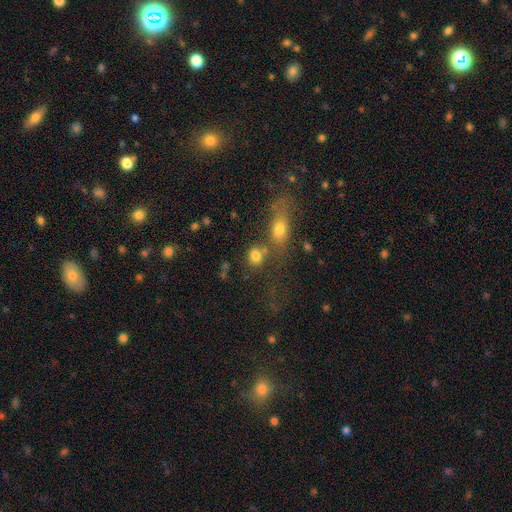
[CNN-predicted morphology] smooth-or-featured: smooth: 78% | star or artifact: 13% | featured or disk: 9%
  how-rounded: round: 54% | in between: 43% | cigar-shaped: 3%
  merging: none: 50% | merger: 31% | minor disturbance: 11% | major disturbance: 8%